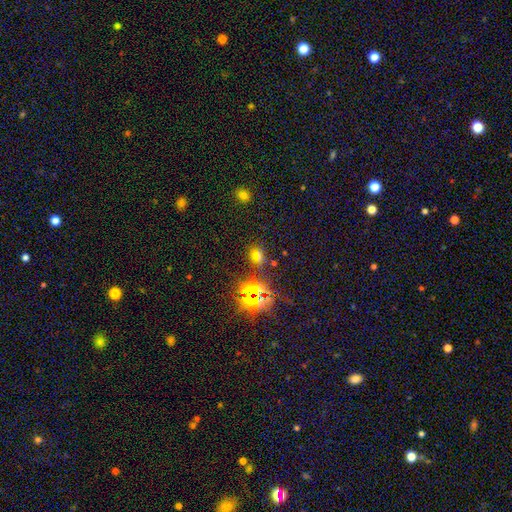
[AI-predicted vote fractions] Morphology: type=star or artifact (54%).